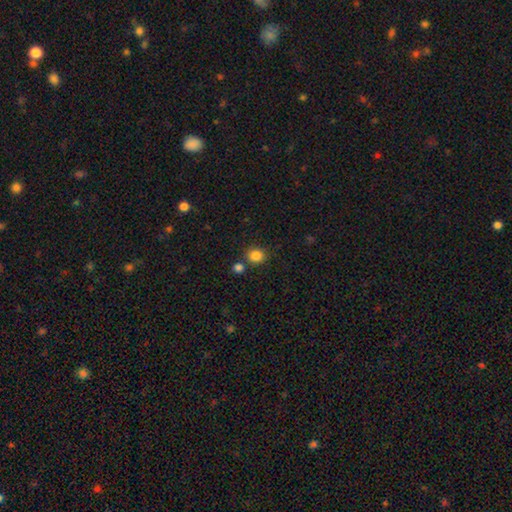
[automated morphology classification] The model was most divided on "how rounded": round: 77%, in between: 22%, cigar-shaped: 1%. More confident: smooth or featured — smooth (85%); merging — none (76%).